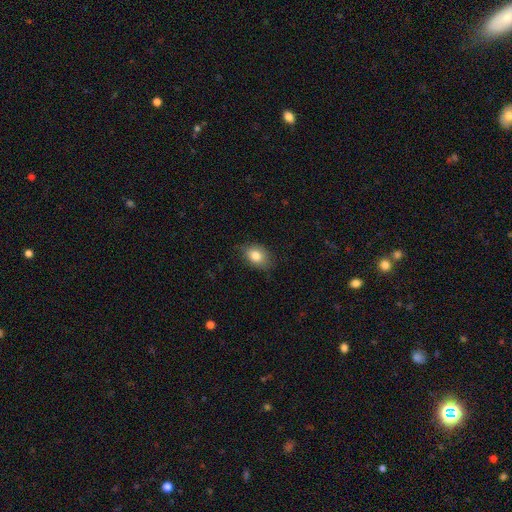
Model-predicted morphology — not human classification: A smooth galaxy with no disk features (83%) that is in between round and cigar-shaped (76%).

Vote fractions:
- Smooth or featured? smooth: 83% / star or artifact: 9% / featured or disk: 9%
- How rounded? in between: 76% / round: 23% / cigar-shaped: 1%
- Merging? none: 78% / minor disturbance: 18% / major disturbance: 3% / merger: 1%